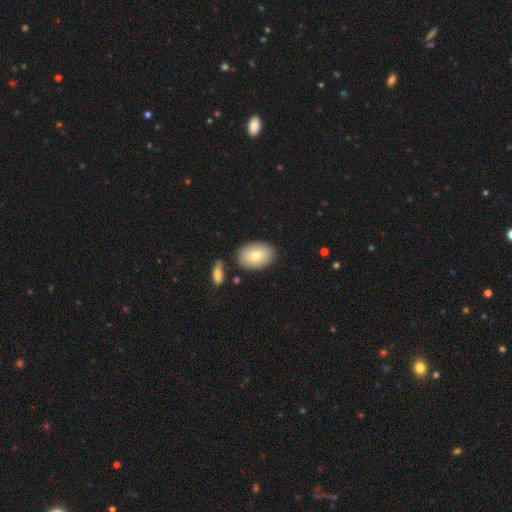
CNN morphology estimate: smooth 78%, featured or disk 15%, star or artifact 7%. Down the decision tree: how rounded — in between (85%); merging — none (81%).